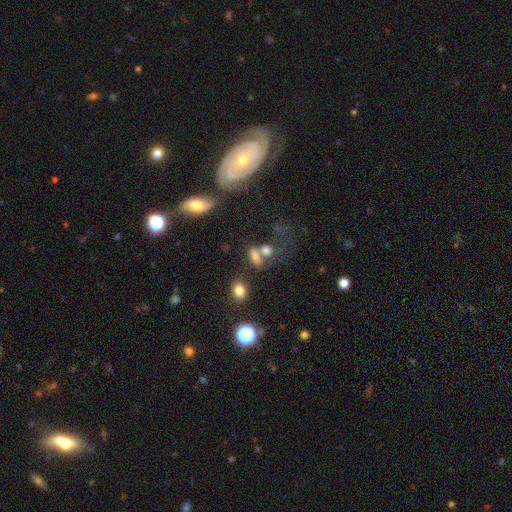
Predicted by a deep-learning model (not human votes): A smooth galaxy with no disk features (66%) that is in between round and cigar-shaped (68%).

Vote fractions:
- Smooth or featured? smooth: 66% / star or artifact: 19% / featured or disk: 14%
- How rounded? in between: 68% / round: 27% / cigar-shaped: 5%
- Merging? none: 40% / merger: 37% / minor disturbance: 13% / major disturbance: 9%